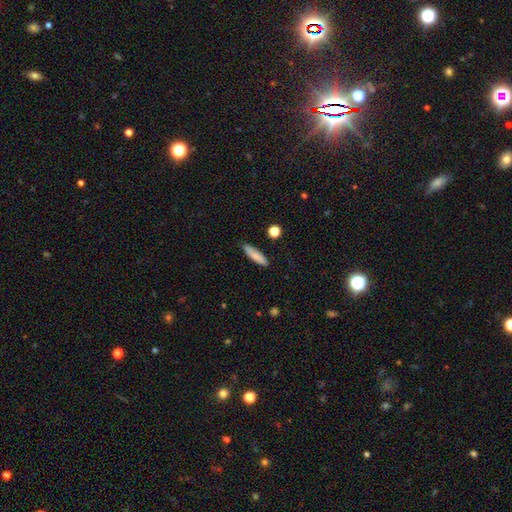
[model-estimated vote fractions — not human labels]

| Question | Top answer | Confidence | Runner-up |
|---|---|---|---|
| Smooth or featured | smooth | 82% | featured or disk (11%) |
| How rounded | cigar-shaped | 69% | in between (29%) |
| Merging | none | 83% | minor disturbance (13%) |